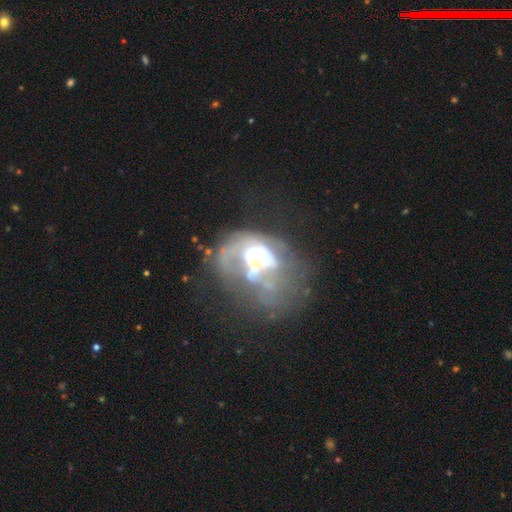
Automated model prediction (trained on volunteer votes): This is likely a featured or disk galaxy (69%). It is clearly not viewed edge-on (97%). Bar: likely no (77%). Spiral arm pattern: likely no (70%). Central bulge: possibly moderate (54%). Merging: possibly major disturbance (46%).